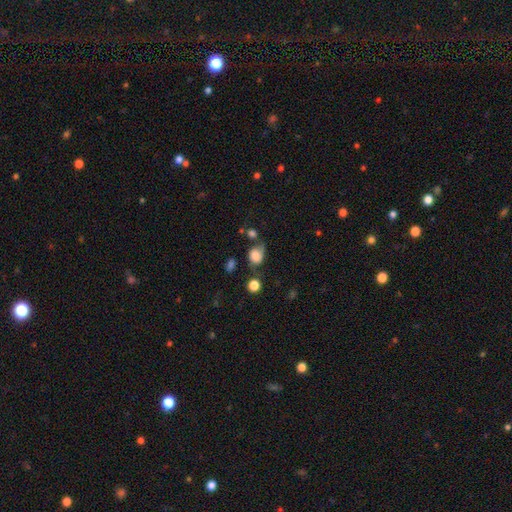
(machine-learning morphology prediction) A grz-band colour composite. It shows a smooth galaxy with no disk features (66%) that is round (51%). Merging: none (42%).